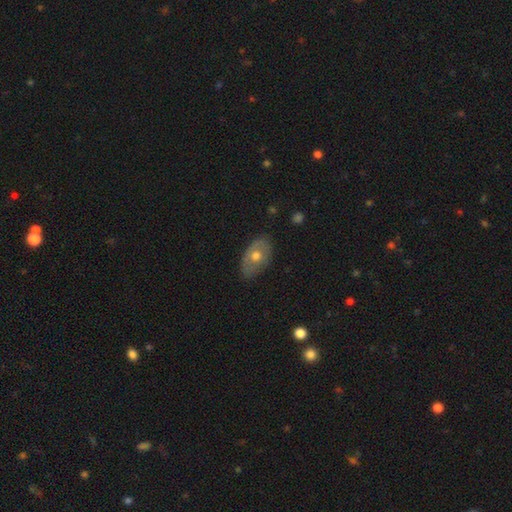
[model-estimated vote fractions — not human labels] Smooth or featured? smooth (50%)
How rounded? in between (87%)
Merging? none (75%)